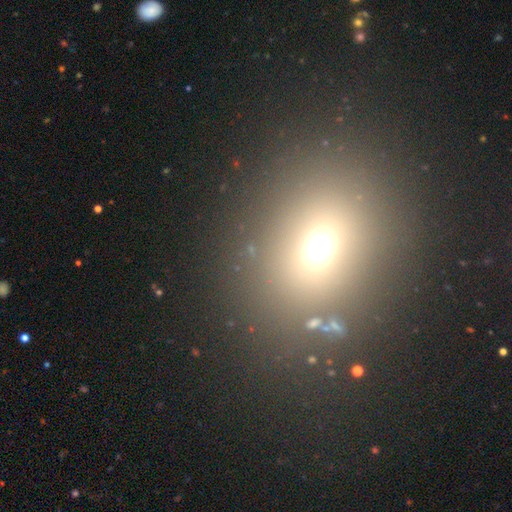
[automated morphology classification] type=smooth (62%); roundness=round (59%); merging=none (82%).